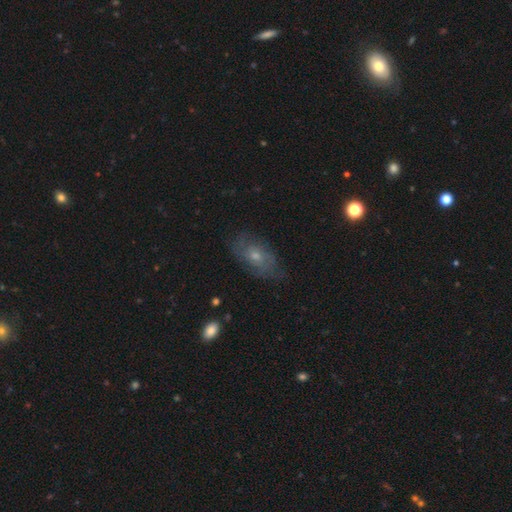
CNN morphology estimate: featured or disk 49%, smooth 38%, star or artifact 12%. Down the decision tree: merging — none (74%).